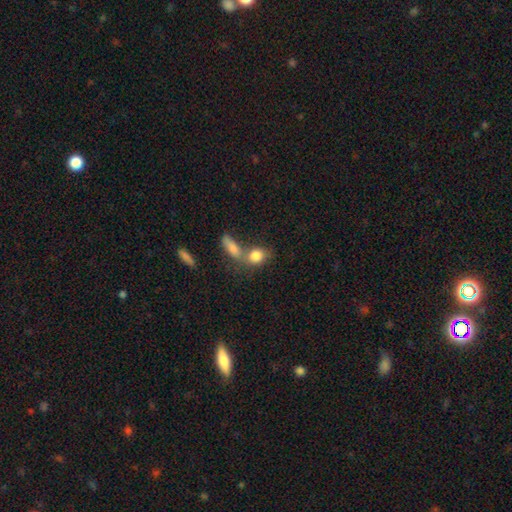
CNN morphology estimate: type=smooth (82%); roundness=in between (49%); merging=merger (44%).